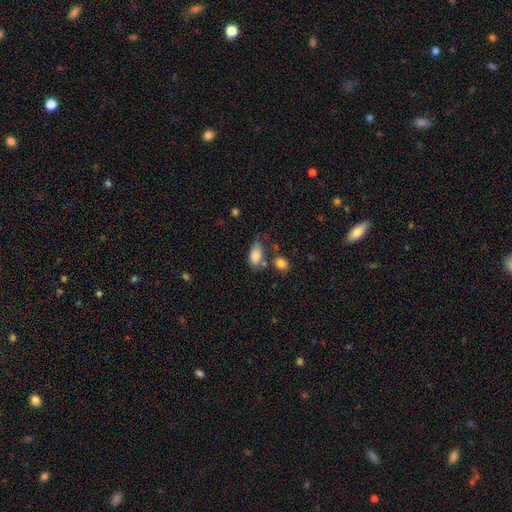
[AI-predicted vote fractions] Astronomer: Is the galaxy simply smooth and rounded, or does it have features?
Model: smooth — 83%.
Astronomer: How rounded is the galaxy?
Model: in between — 91%.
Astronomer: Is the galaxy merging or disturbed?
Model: none — 44% (runner-up: minor disturbance, 28%).